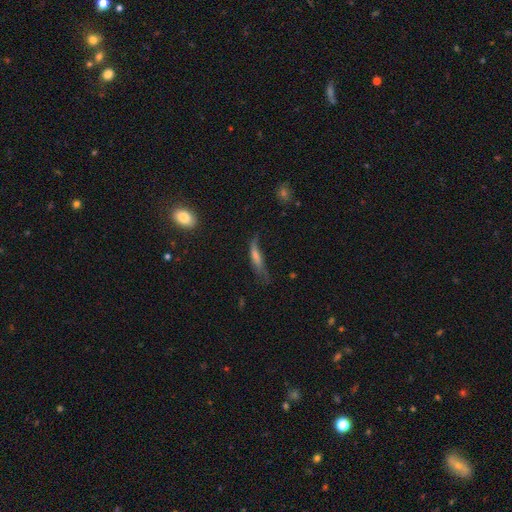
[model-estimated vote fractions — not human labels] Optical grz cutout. It shows a smooth galaxy with no disk features (53%) that is cigar-shaped (71%). Merging: none (40%).